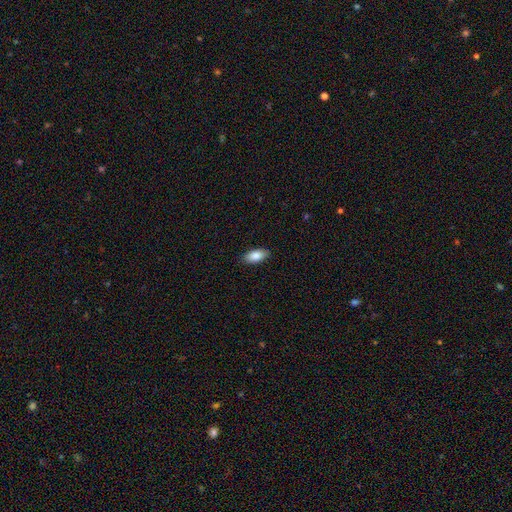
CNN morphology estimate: smooth-or-featured: smooth: 86% | featured or disk: 7% | star or artifact: 6%
  how-rounded: in between: 91% | cigar-shaped: 7% | round: 2%
  merging: none: 88% | minor disturbance: 9% | major disturbance: 2% | merger: 1%